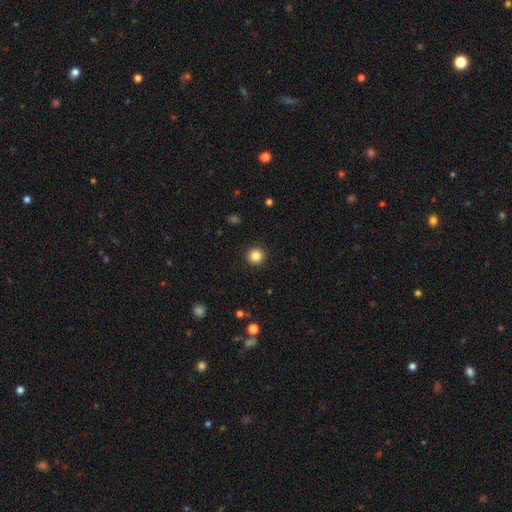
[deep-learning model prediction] A smooth galaxy with no disk features (85%) that is round (96%). Merging: none (93%).